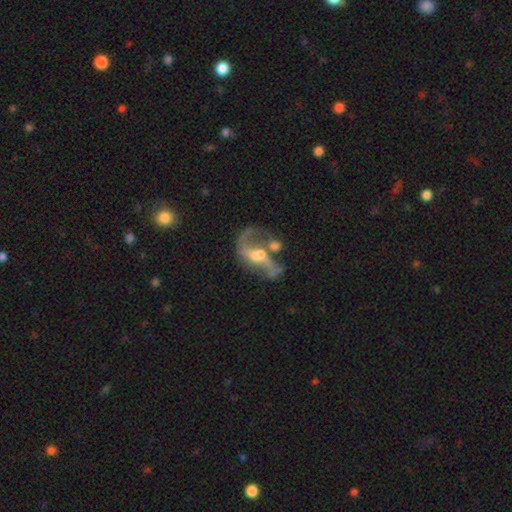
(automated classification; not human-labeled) A featured or disk galaxy (81%) with a weak bar (41%), 2 (77%) loose (68%) spiral arms (87%) and a moderate central bulge (53%). Merging: none (36%).